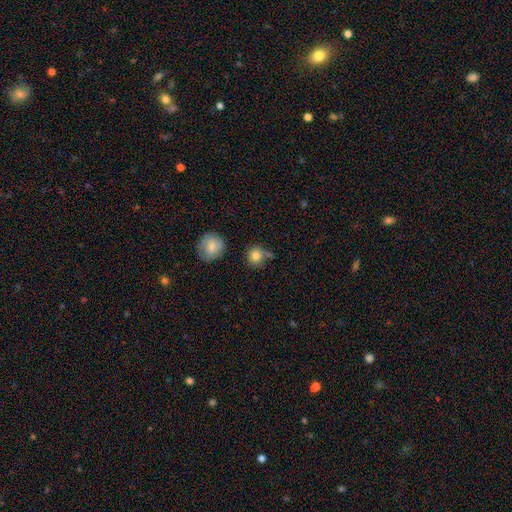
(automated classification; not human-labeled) This is clearly a smooth galaxy (81%). How rounded: clearly round (91%). Merging: likely none (67%).